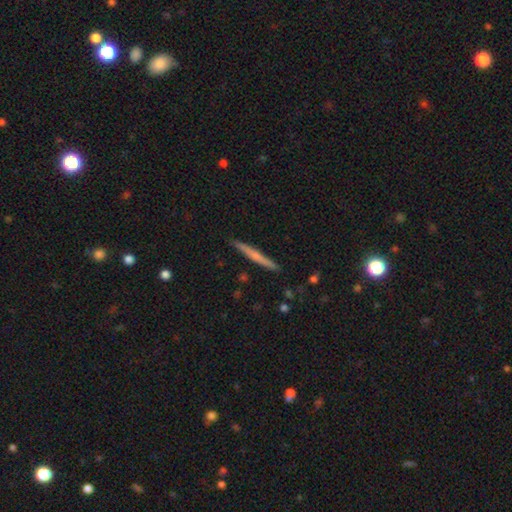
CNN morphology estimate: smooth-or-featured: featured or disk: 49% | smooth: 45% | star or artifact: 6%
  merging: none: 90% | minor disturbance: 7% | major disturbance: 1% | merger: 1%